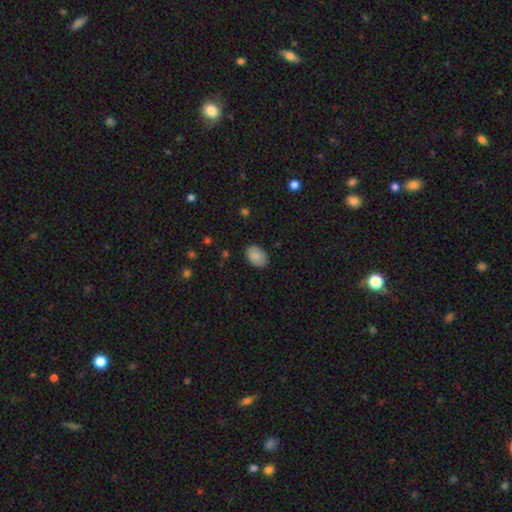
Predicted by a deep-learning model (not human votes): This appears to be a smooth galaxy with no disk features (88%) that is in between round and cigar-shaped (86%). Merging: none (85%).